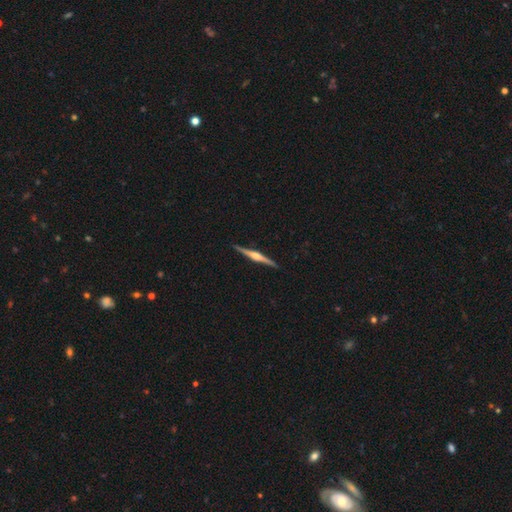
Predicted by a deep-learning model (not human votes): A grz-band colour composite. It shows a featured or disk galaxy (82%) viewed edge-on (99%) with a rounded central bulge (85%). Merging: none (91%).